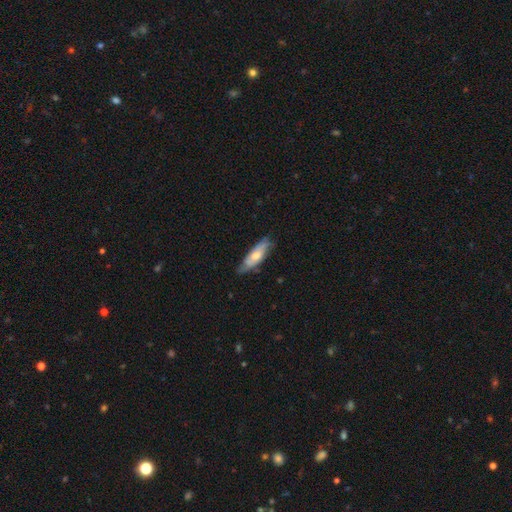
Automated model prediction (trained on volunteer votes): A featured or disk galaxy (50%). Merging: none (75%).